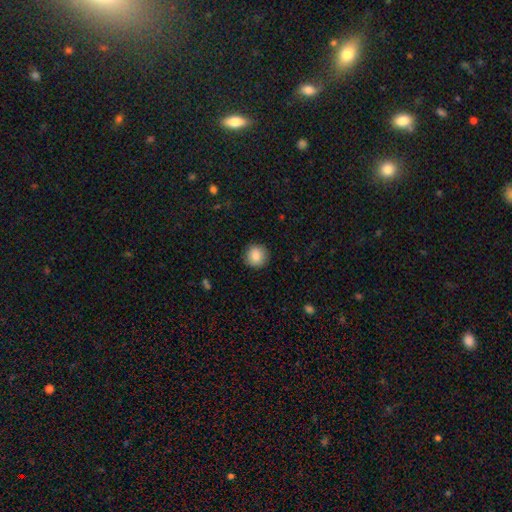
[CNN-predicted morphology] type=smooth (85%); roundness=round (94%); merging=none (91%).